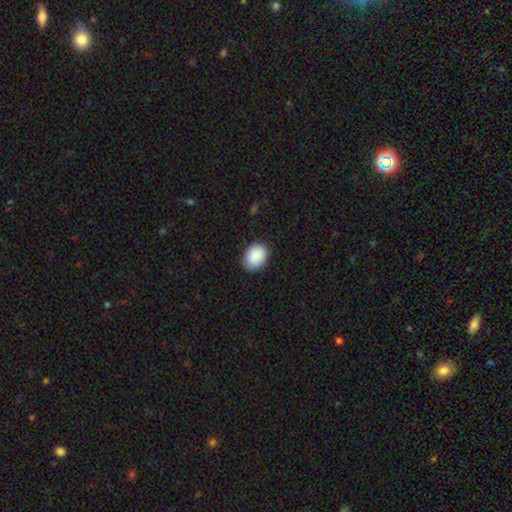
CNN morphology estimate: Smooth or featured? smooth (89%)
How rounded? in between (60%)
Merging? none (84%)